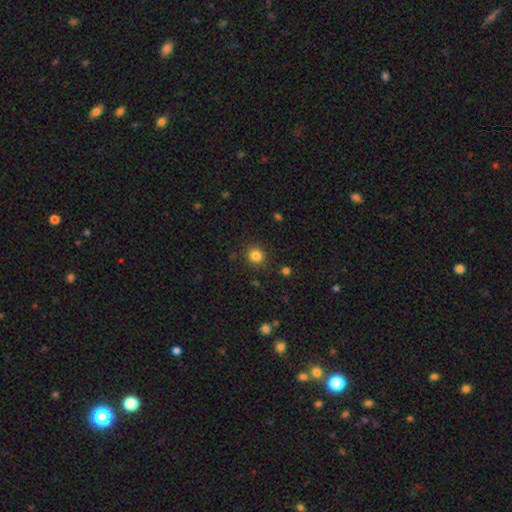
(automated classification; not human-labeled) Smooth or featured: smooth — 83% (star or artifact — 12%)
How rounded: round — 87% (in between — 12%)
Merging: none — 89% (minor disturbance — 7%)